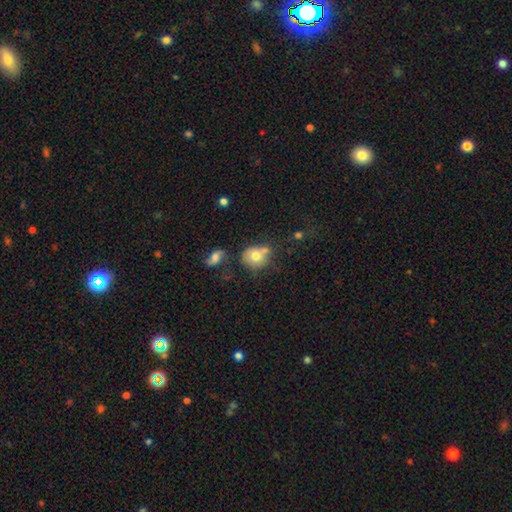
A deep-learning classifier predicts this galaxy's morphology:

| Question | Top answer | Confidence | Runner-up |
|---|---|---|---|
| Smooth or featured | smooth | 72% | featured or disk (19%) |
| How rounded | round | 71% | in between (28%) |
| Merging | none | 46% | merger (26%) |